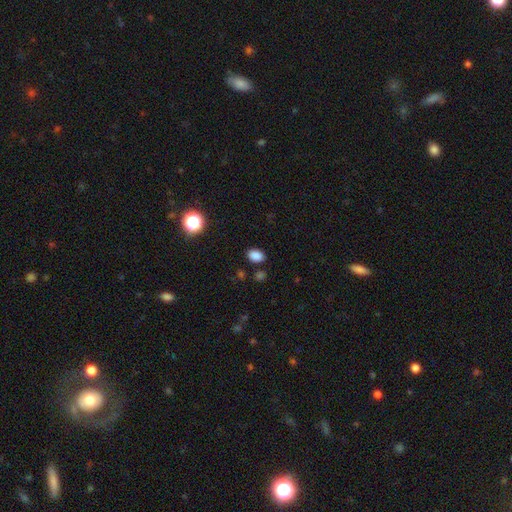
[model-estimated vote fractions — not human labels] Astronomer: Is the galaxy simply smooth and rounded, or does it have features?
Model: smooth — 84%.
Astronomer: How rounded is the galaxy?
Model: in between — 80%.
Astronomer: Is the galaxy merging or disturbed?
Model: none — 85%.